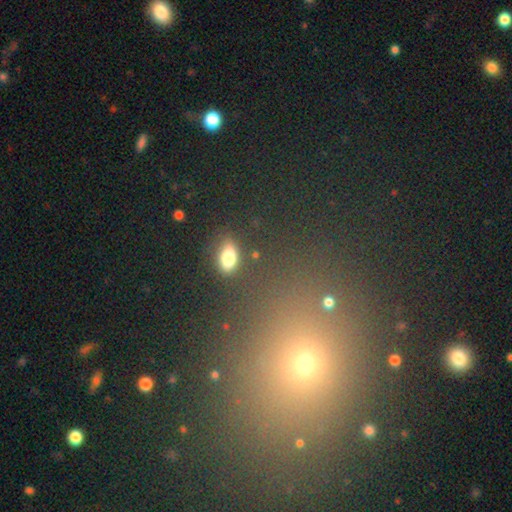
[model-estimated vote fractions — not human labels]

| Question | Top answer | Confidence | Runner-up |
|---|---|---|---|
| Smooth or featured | smooth | 53% | star or artifact (38%) |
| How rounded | in between | 53% | round (43%) |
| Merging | none | 84% | minor disturbance (8%) |